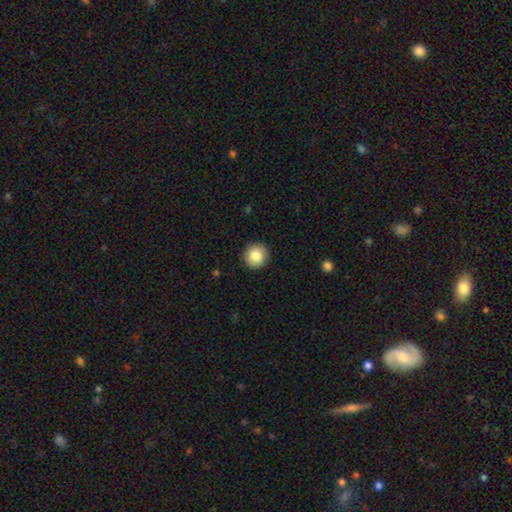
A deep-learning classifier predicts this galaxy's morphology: smooth 85%, star or artifact 8%, featured or disk 7%. Down the decision tree: how rounded — round (93%); merging — none (90%).